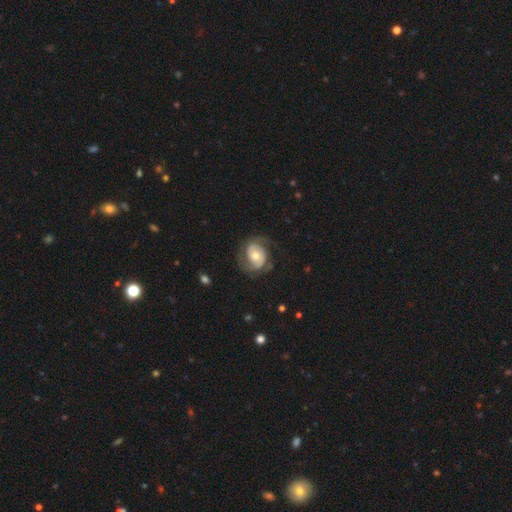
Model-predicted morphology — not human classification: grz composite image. It shows a featured or disk galaxy (69%) with no bar (65%), 2 (75%) medium (40%) spiral arms (83%) and a moderate central bulge (70%). Merging: none (64%).